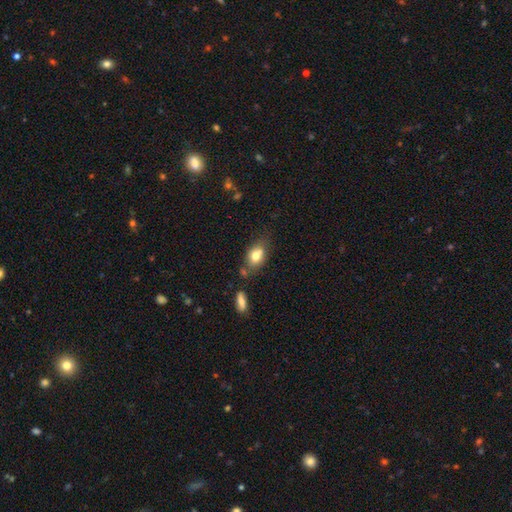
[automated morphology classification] This is likely a smooth galaxy (76%). How rounded: likely in between (79%). Merging: possibly none (56%).